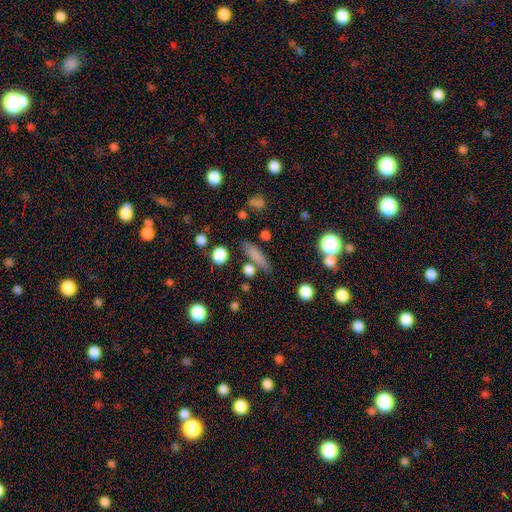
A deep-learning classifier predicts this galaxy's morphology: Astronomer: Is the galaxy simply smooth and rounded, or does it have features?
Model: smooth — 75%.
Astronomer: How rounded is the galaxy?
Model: cigar-shaped — 60%.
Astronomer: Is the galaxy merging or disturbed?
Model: none — 73%.